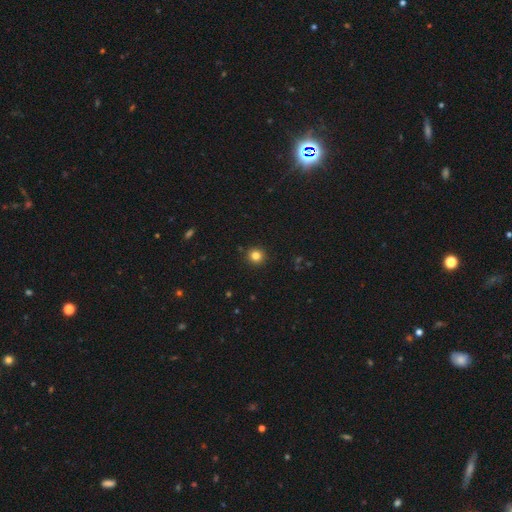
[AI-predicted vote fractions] smooth 82%, star or artifact 13%, featured or disk 5%. Down the decision tree: how rounded — round (94%); merging — none (92%).